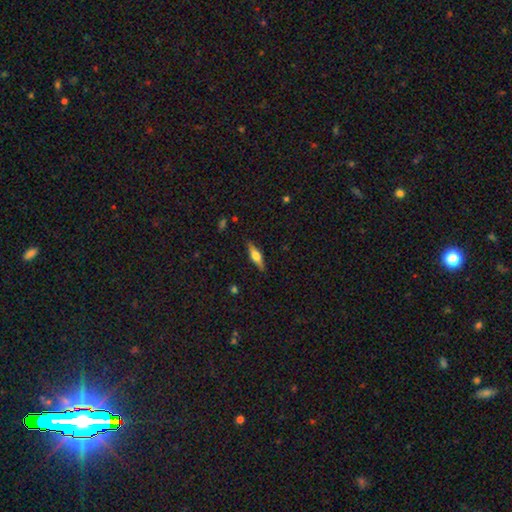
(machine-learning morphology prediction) The model was most divided on "smooth or featured": featured or disk: 52%, smooth: 41%, star or artifact: 7%. More confident: edge-on disk — yes (94%); merging — none (87%).